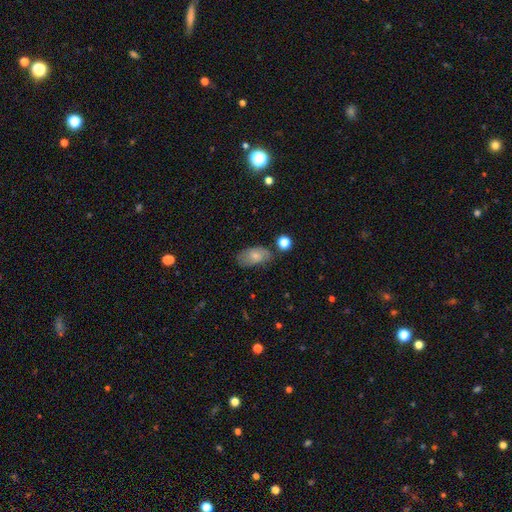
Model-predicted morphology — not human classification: Smooth or featured: smooth — 73% (featured or disk — 19%)
How rounded: in between — 91% (round — 7%)
Merging: none — 62% (minor disturbance — 26%)